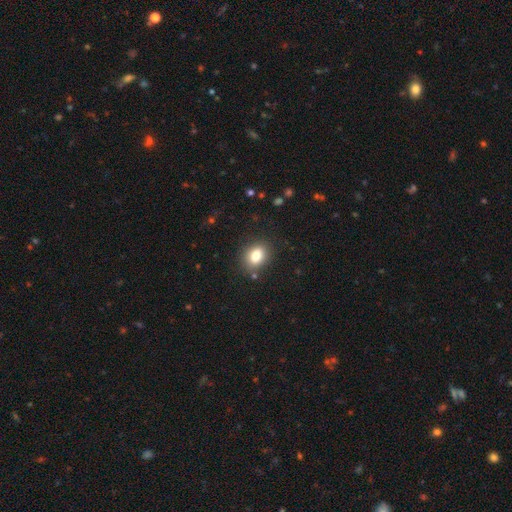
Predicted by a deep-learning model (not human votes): A smooth galaxy with no disk features (82%) that is in between round and cigar-shaped (56%).

Vote fractions:
- Smooth or featured? smooth: 82% / star or artifact: 10% / featured or disk: 8%
- How rounded? in between: 56% / round: 43% / cigar-shaped: 1%
- Merging? none: 84% / minor disturbance: 10% / major disturbance: 3% / merger: 2%